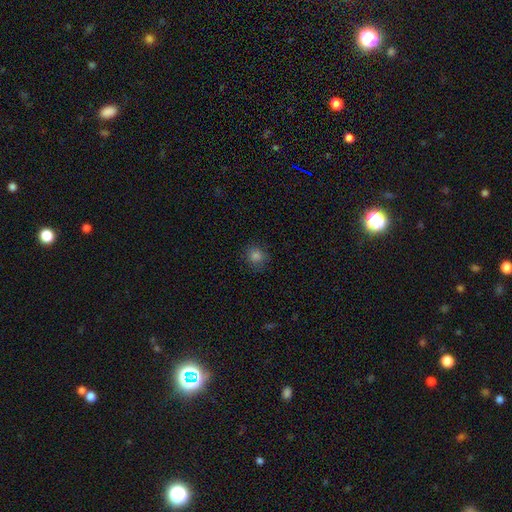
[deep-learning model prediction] The model was most divided on "smooth or featured": smooth: 79%, star or artifact: 15%, featured or disk: 5%. More confident: merging — none (85%); how rounded — round (85%).